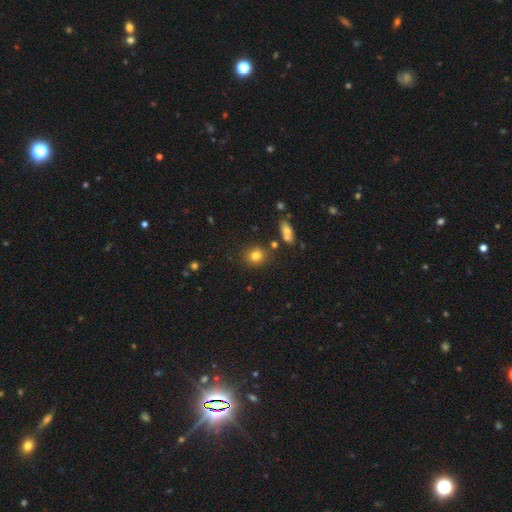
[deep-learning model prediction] smooth-or-featured: smooth: 77% | star or artifact: 14% | featured or disk: 9%
  how-rounded: round: 79% | in between: 20% | cigar-shaped: 1%
  merging: none: 80% | minor disturbance: 11% | merger: 7% | major disturbance: 3%